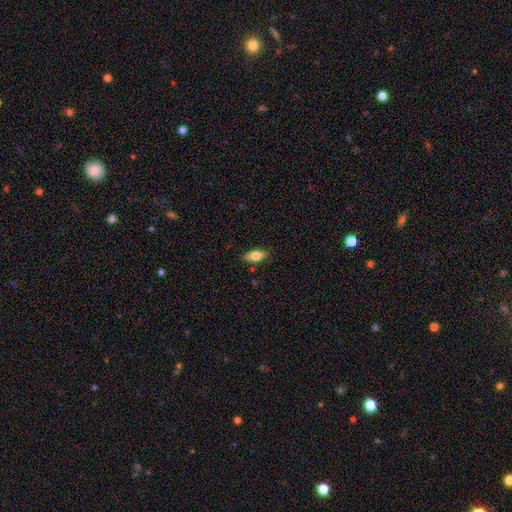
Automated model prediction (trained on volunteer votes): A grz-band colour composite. It shows a smooth galaxy with no disk features (71%) that is in between round and cigar-shaped (77%). Merging: none (84%).